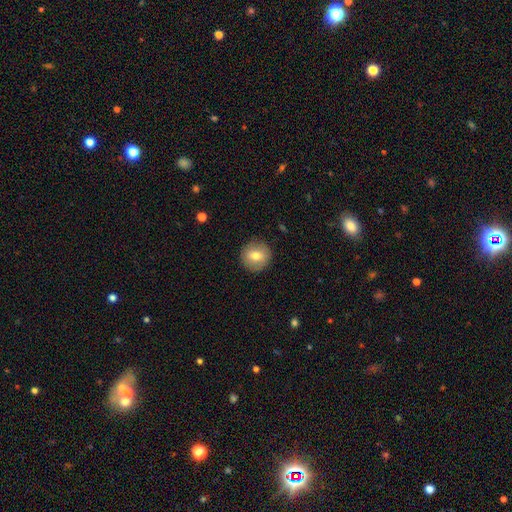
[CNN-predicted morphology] The model was most divided on "smooth or featured": smooth: 73%, featured or disk: 19%, star or artifact: 8%. More confident: how rounded — round (92%); merging — none (89%).